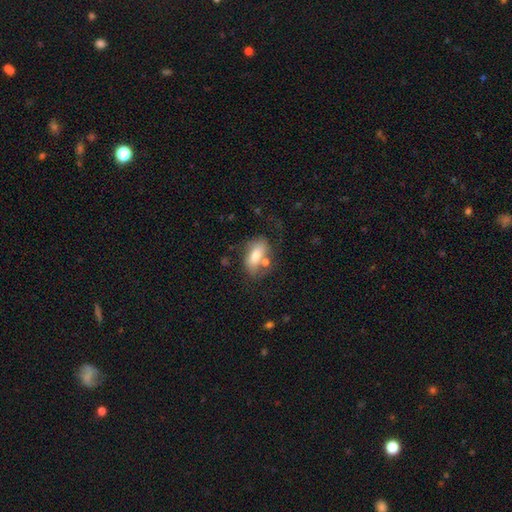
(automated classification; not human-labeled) Smooth or featured? smooth (64%)
How rounded? in between (87%)
Merging? none (45%)